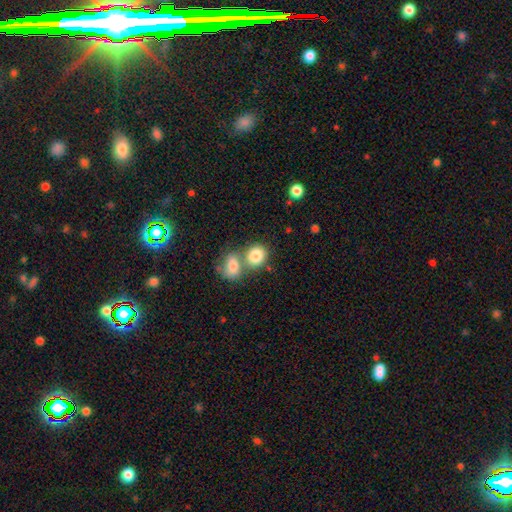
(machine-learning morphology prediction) A smooth galaxy with no disk features (83%) that is round (62%). Merging: merger (50%).